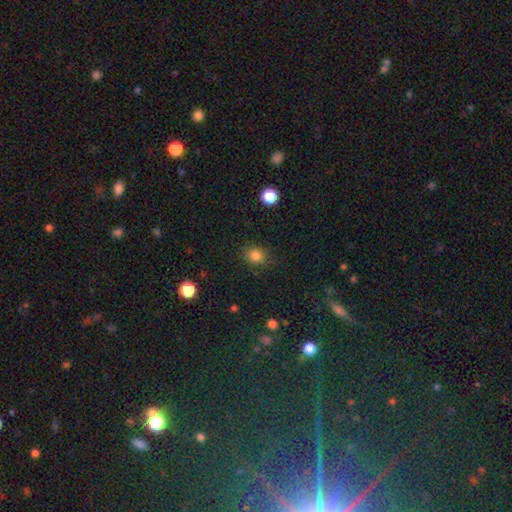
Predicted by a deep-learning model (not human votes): A smooth galaxy with no disk features (83%) that is round (69%).

Vote fractions:
- Smooth or featured? smooth: 83% / star or artifact: 12% / featured or disk: 5%
- How rounded? round: 69% / in between: 31% / cigar-shaped: 1%
- Merging? none: 86% / minor disturbance: 10% / major disturbance: 3% / merger: 1%